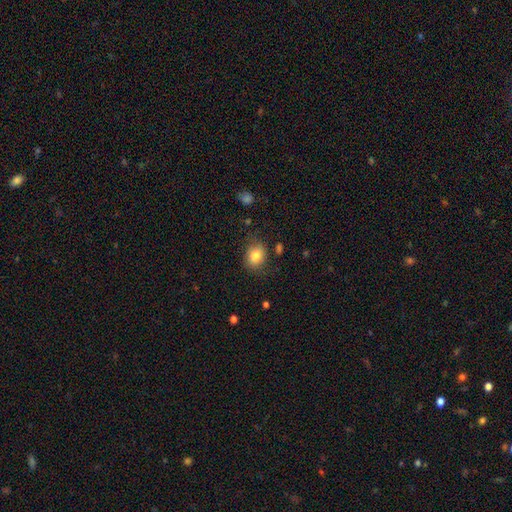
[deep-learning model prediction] This appears to be a smooth galaxy with no disk features (81%) that is in between round and cigar-shaped (56%). Merging: none (78%).